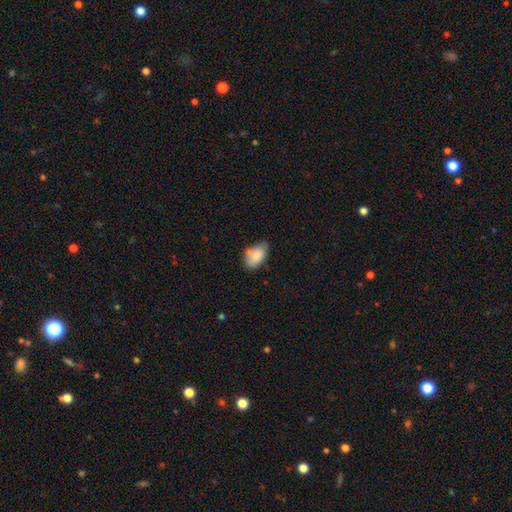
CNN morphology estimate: The model was most divided on "merging": none: 55%, minor disturbance: 29%, merger: 11%, major disturbance: 5%. More confident: how rounded — in between (92%); smooth or featured — smooth (82%).